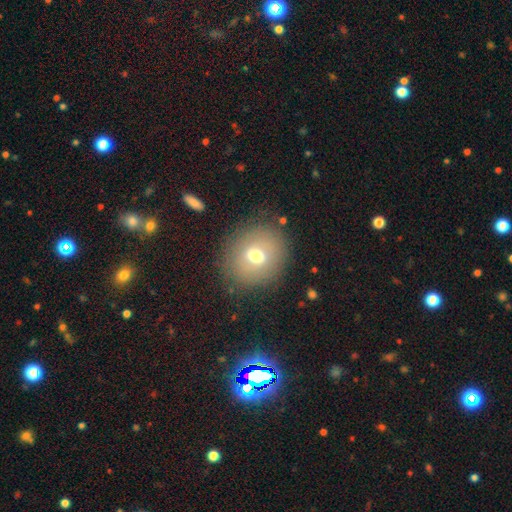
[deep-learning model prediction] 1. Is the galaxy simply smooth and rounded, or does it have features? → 63% smooth, 25% featured or disk, 12% star or artifact.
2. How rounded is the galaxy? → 73% round, 26% in between, 1% cigar-shaped.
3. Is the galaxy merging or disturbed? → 83% none, 10% minor disturbance, 5% major disturbance, 2% merger.